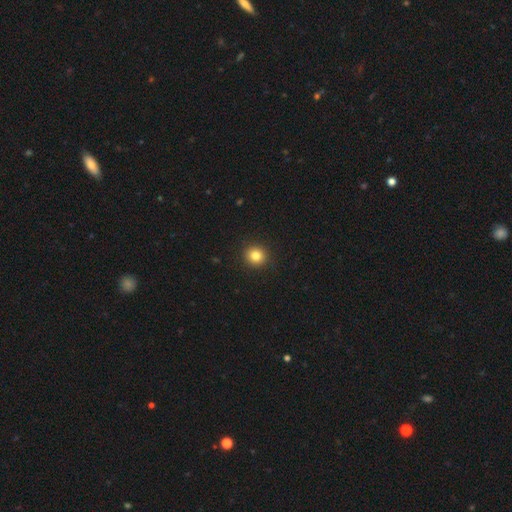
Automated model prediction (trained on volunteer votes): The model was most divided on "smooth or featured": smooth: 83%, star or artifact: 11%, featured or disk: 6%. More confident: merging — none (92%); how rounded — round (89%).